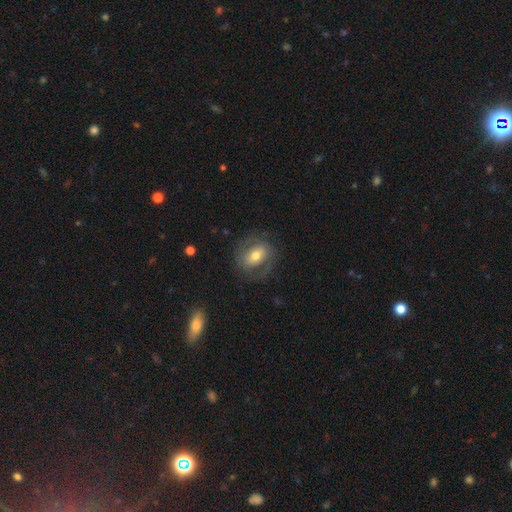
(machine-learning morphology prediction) type=featured or disk (54%); edge-on=no (95%); bar=no (45%); spiral arms=yes (63%); bulge=moderate (68%); merging=none (70%).